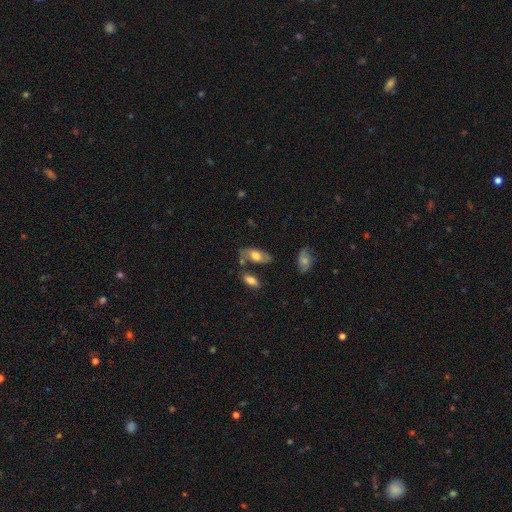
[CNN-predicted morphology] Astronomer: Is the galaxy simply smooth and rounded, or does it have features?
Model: smooth — 55% (runner-up: featured or disk, 38%).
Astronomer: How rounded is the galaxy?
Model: in between — 88%.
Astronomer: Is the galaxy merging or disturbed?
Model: none — 60%.